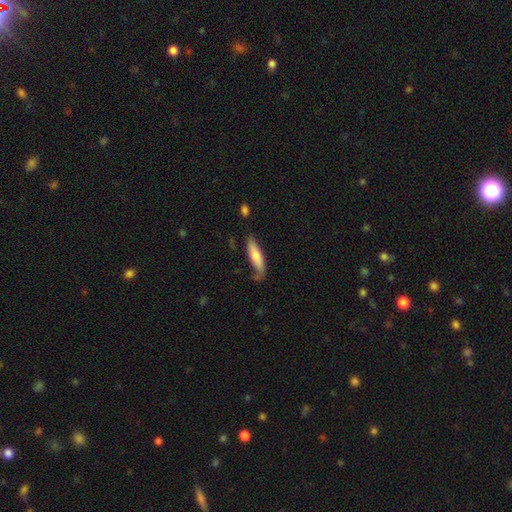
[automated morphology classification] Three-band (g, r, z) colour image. It shows a smooth galaxy with no disk features (66%) that is cigar-shaped (64%). Merging: none (58%).